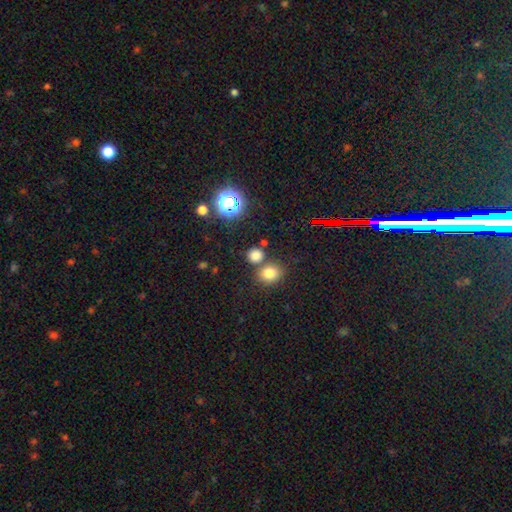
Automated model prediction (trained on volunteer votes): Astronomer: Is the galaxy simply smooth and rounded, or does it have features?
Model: smooth — 76%.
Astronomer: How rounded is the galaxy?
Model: round — 80%.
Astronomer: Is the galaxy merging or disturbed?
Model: none — 72%.